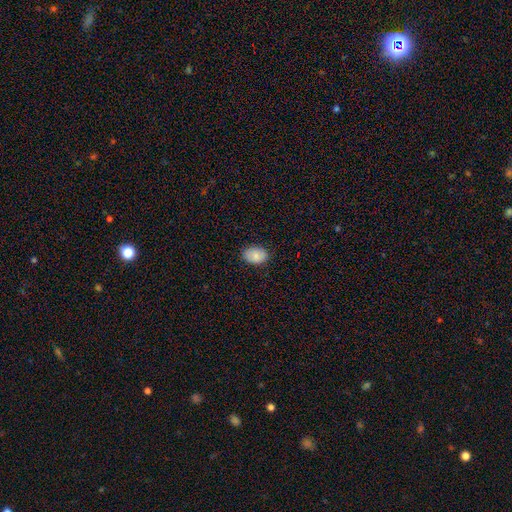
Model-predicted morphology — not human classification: smooth_or_featured: smooth (p=0.86) [alt: featured or disk p=0.07]
how_rounded: in between (p=0.82) [alt: round p=0.17]
merging: none (p=0.86) [alt: minor disturbance p=0.11]